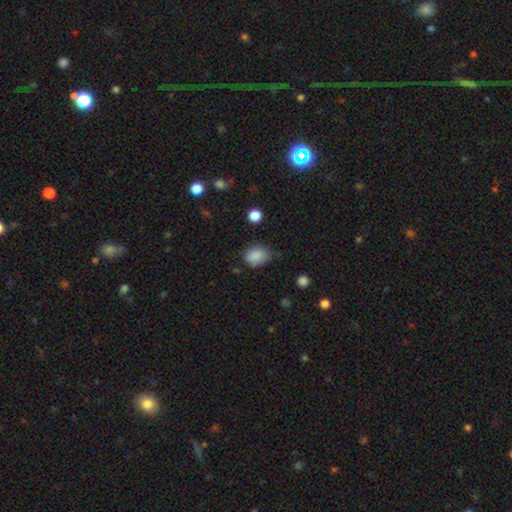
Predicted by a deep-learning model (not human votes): The model was most divided on "merging": none: 62%, minor disturbance: 30%, major disturbance: 6%, merger: 3%. More confident: smooth or featured — smooth (86%); how rounded — in between (68%).